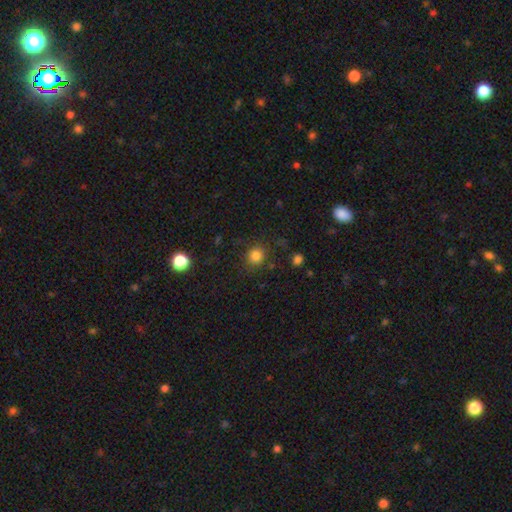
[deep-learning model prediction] Smooth or featured?
  - smooth: 82% *
  - star or artifact: 13%
  - featured or disk: 5%
How rounded?
  - round: 86% *
  - in between: 13%
  - cigar-shaped: 1%
Merging?
  - none: 81% *
  - minor disturbance: 12%
  - major disturbance: 5%
  - merger: 3%